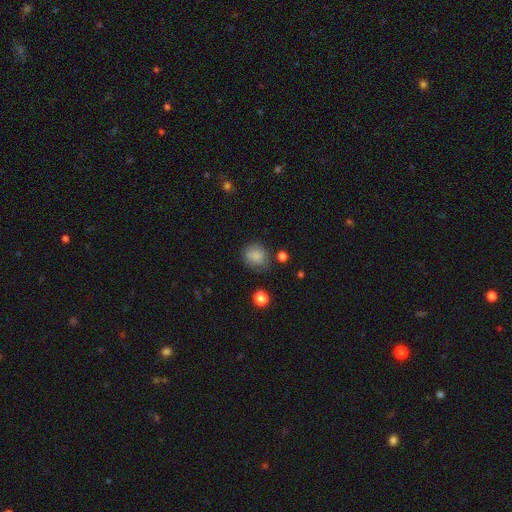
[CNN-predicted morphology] The model was most divided on "how rounded": round: 69%, in between: 30%, cigar-shaped: 1%. More confident: smooth or featured — smooth (82%); merging — none (69%).